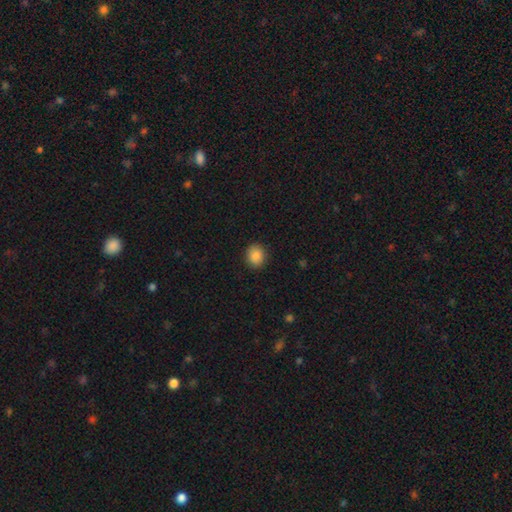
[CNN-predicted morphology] Smooth or featured? smooth (87%)
How rounded? round (73%)
Merging? none (89%)